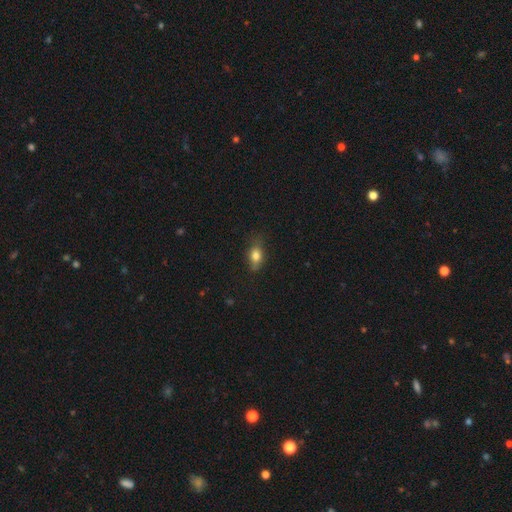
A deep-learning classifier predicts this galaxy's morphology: smooth-or-featured: smooth: 79% | featured or disk: 12% | star or artifact: 9%
  how-rounded: in between: 79% | round: 15% | cigar-shaped: 7%
  merging: none: 67% | minor disturbance: 25% | major disturbance: 6% | merger: 1%